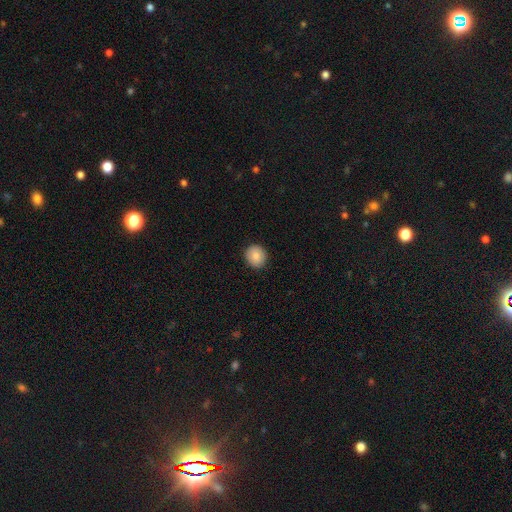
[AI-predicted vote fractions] This appears to be a smooth galaxy with no disk features (82%) that is round (87%). Merging: none (91%).